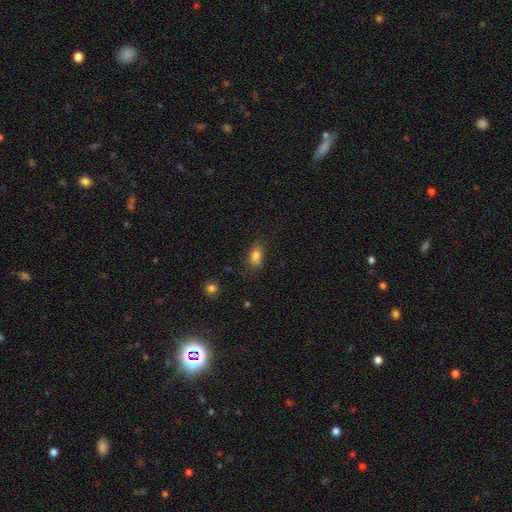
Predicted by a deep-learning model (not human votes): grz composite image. It shows a smooth galaxy with no disk features (82%) that is in between round and cigar-shaped (83%). Merging: none (68%).